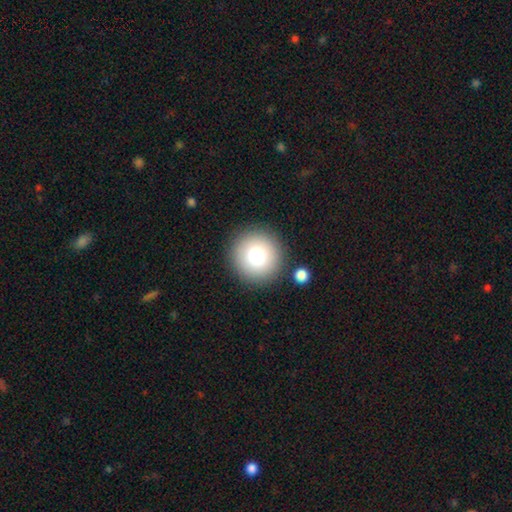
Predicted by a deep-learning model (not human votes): smooth_or_featured: smooth (p=0.78) [alt: featured or disk p=0.11]
how_rounded: round (p=0.96) [alt: in between p=0.03]
merging: none (p=0.88) [alt: minor disturbance p=0.06]